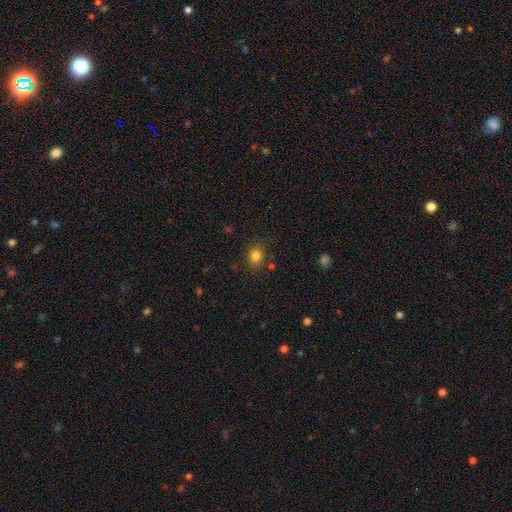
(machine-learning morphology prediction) The model was most divided on "how rounded": round: 54%, in between: 45%, cigar-shaped: 1%. More confident: smooth or featured — smooth (82%); merging — none (80%).